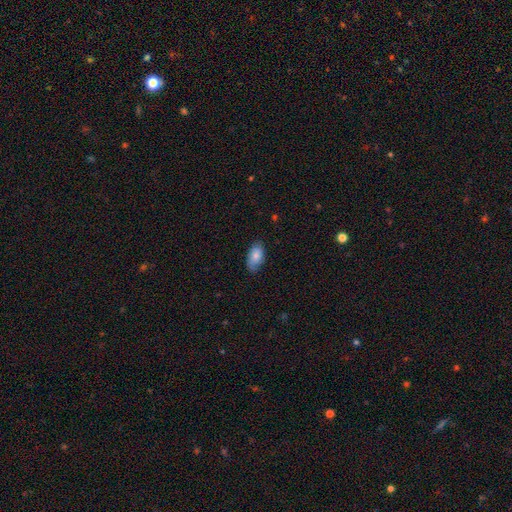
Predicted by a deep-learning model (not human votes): smooth_or_featured: smooth (p=0.79) [alt: featured or disk p=0.14]
how_rounded: in between (p=0.93) [alt: round p=0.04]
merging: none (p=0.76) [alt: minor disturbance p=0.19]